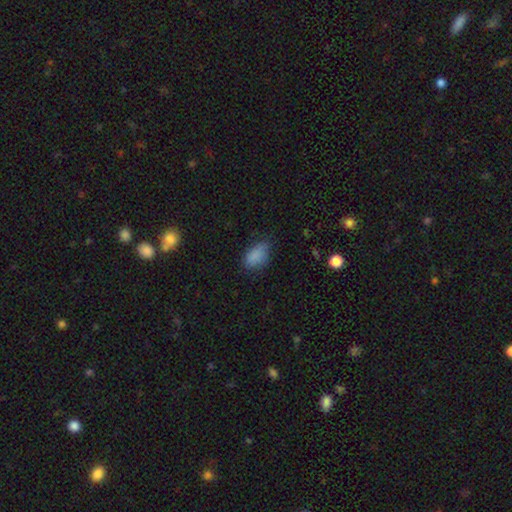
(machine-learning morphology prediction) This is clearly a smooth galaxy (83%). How rounded: clearly in between (90%). Merging: possibly none (58%).